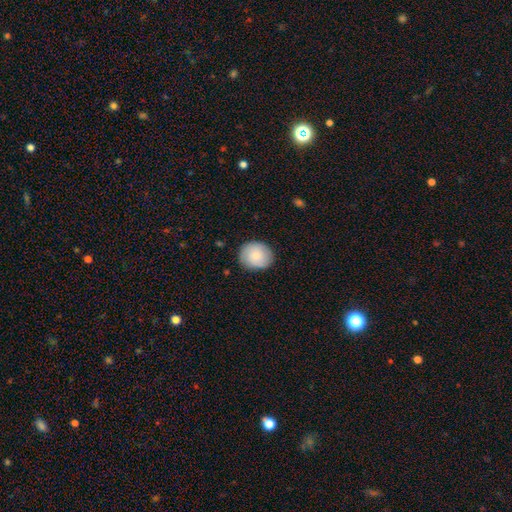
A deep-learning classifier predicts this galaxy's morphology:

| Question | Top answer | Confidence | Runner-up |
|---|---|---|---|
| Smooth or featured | smooth | 79% | featured or disk (15%) |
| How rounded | round | 70% | in between (30%) |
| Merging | none | 85% | minor disturbance (11%) |